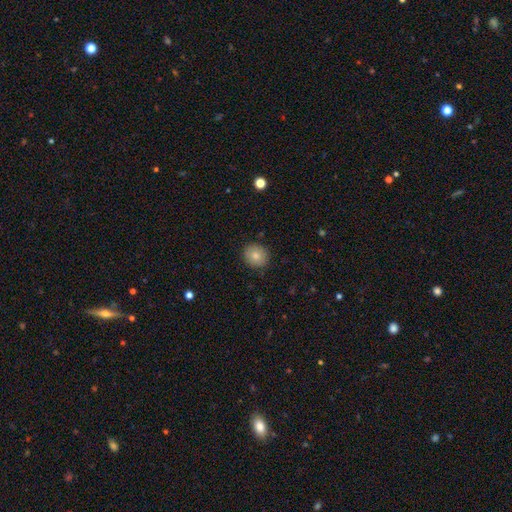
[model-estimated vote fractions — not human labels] This is clearly a smooth galaxy (82%). How rounded: clearly round (83%). Merging: clearly none (89%).